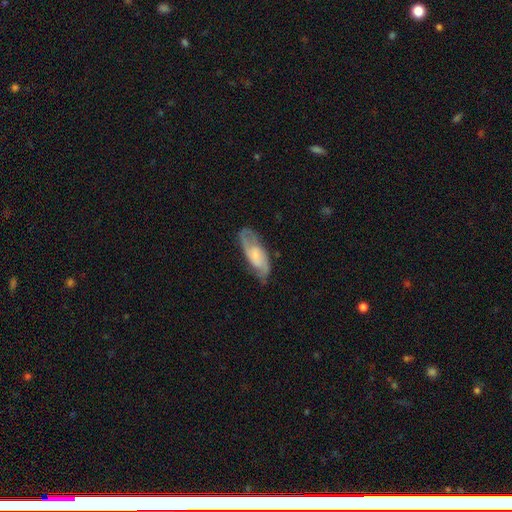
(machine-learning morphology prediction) This appears to be a featured or disk galaxy (73%) with no bar (56%), 2 (84%) medium (49%) spiral arms (92%) and a small central bulge (48%). Merging: none (73%).